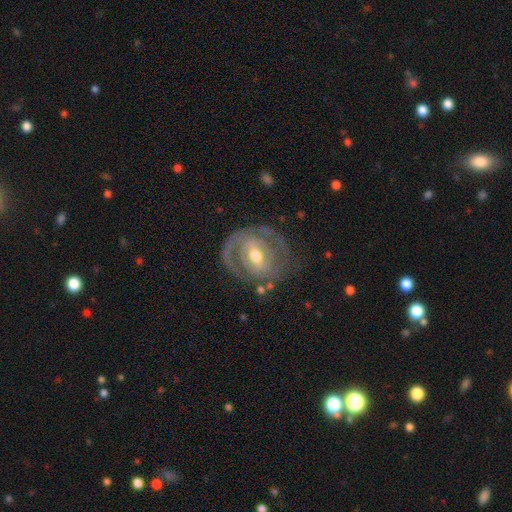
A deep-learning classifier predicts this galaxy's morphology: This appears to be a featured or disk galaxy (83%) with a weak bar (45%), 2 (54%) tight (63%) spiral arms (78%) and a moderate central bulge (73%). Merging: none (70%).